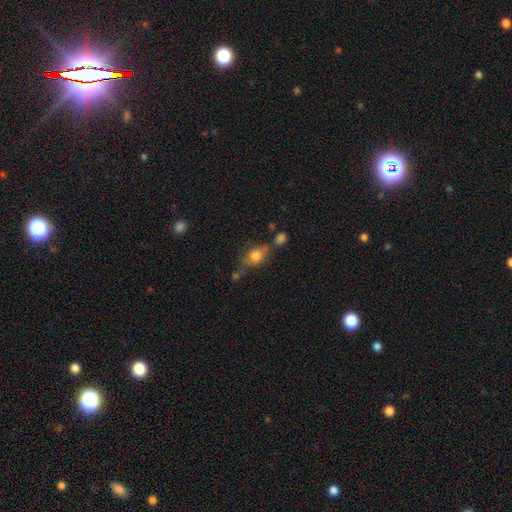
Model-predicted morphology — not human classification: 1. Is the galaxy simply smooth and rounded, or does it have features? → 67% smooth, 23% featured or disk, 10% star or artifact.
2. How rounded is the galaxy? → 68% in between, 25% round, 7% cigar-shaped.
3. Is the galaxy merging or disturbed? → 54% none, 21% minor disturbance, 16% merger, 9% major disturbance.